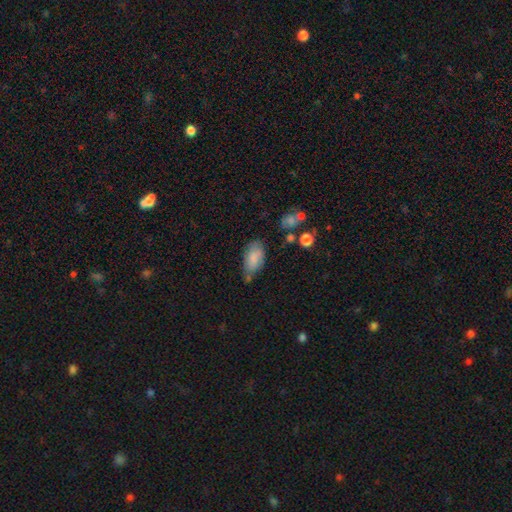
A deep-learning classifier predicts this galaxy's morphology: Smooth or featured? smooth (80%)
How rounded? in between (92%)
Merging? none (54%)